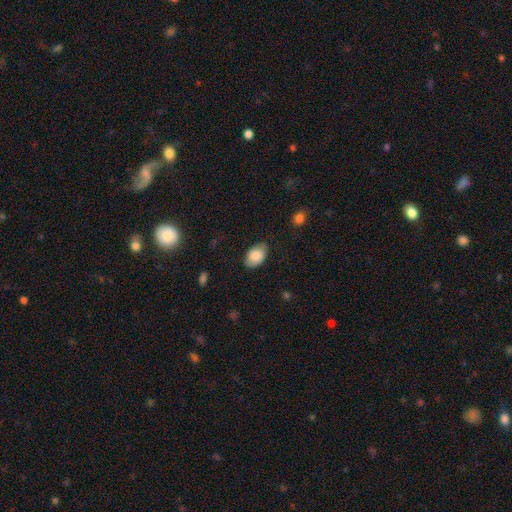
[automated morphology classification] smooth 84%, featured or disk 9%, star or artifact 7%. Down the decision tree: how rounded — in between (90%); merging — none (80%).